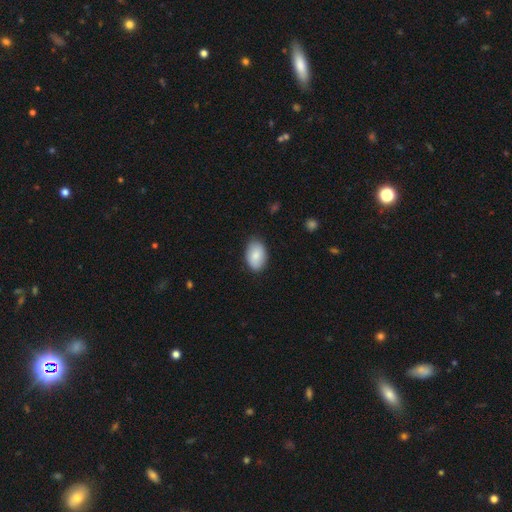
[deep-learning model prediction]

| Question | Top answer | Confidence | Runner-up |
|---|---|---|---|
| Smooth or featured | smooth | 84% | featured or disk (10%) |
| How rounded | in between | 90% | round (8%) |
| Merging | none | 84% | minor disturbance (13%) |